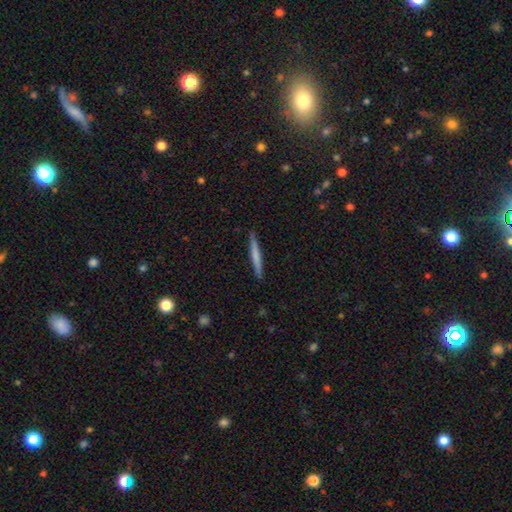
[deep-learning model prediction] Q: Smooth or featured?
A: smooth (62%); runner-up: featured or disk (32%)
Q: How rounded?
A: cigar-shaped (96%); runner-up: in between (3%)
Q: Merging?
A: none (90%); runner-up: minor disturbance (7%)